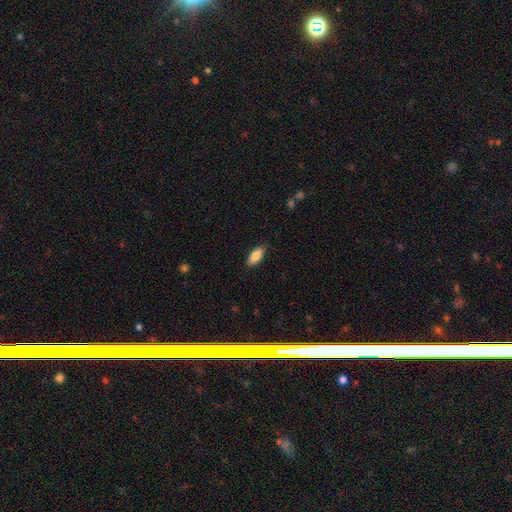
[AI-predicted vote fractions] The model was most divided on "how rounded": in between: 84%, cigar-shaped: 14%, round: 2%. More confident: smooth or featured — smooth (85%); merging — none (85%).